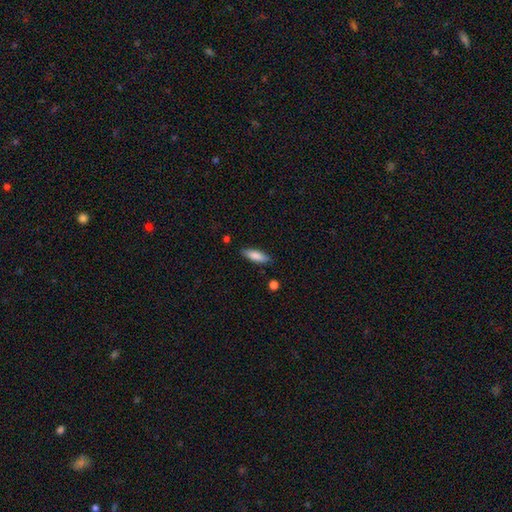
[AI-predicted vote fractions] Smooth or featured? Predicted: smooth (p=0.84). How rounded? Predicted: in between (p=0.53). Merging? Predicted: none (p=0.85).